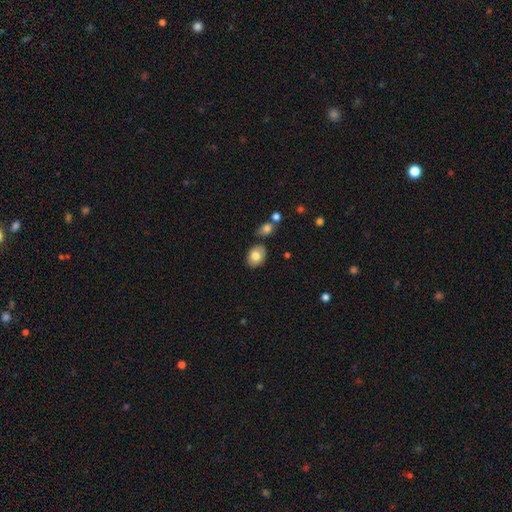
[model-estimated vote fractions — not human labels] The model was most divided on "how rounded": in between: 68%, round: 31%, cigar-shaped: 1%. More confident: smooth or featured — smooth (79%); merging — none (79%).